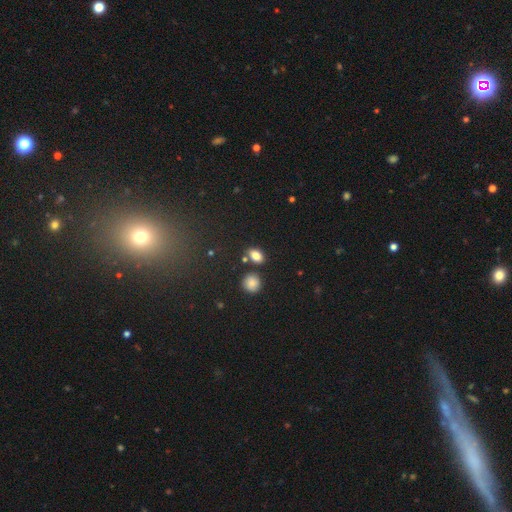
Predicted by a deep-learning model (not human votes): Overall: smooth (82%). How rounded: in between (79%). Merging: none (73%).